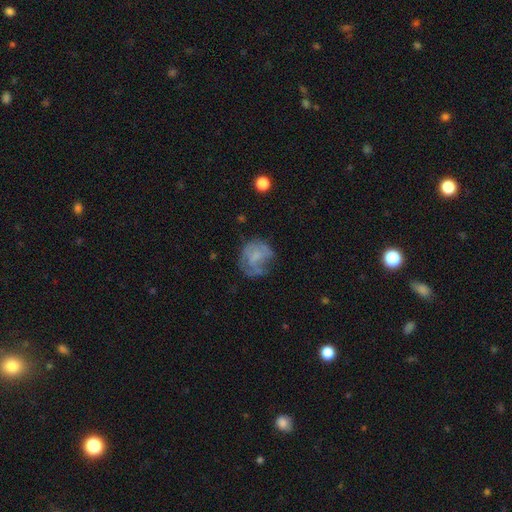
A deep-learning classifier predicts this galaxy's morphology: Q: Smooth or featured?
A: featured or disk (47%); runner-up: smooth (42%)
Q: Merging?
A: none (46%); runner-up: major disturbance (26%)